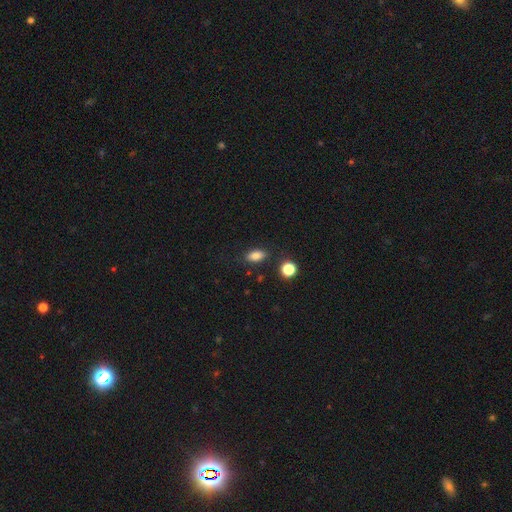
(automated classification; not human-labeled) A smooth galaxy with no disk features (84%) that is in between round and cigar-shaped (86%). Merging: none (83%).